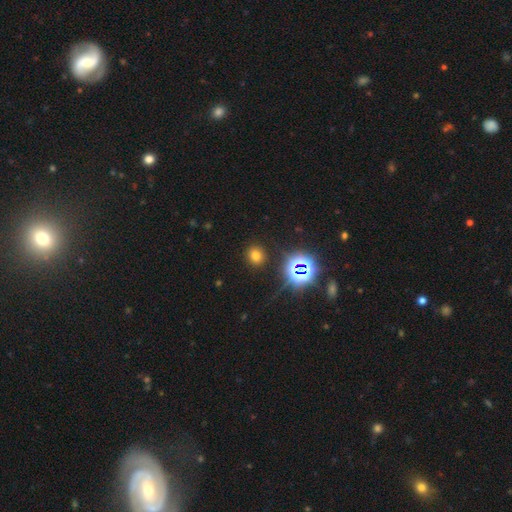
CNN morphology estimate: This is likely a smooth galaxy (66%). How rounded: likely round (75%). Merging: clearly none (88%).